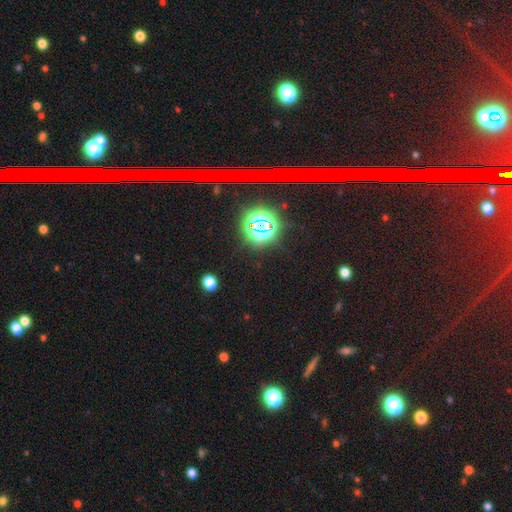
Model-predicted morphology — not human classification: A star or artifact, not a galaxy (74%).

Vote fractions:
- Smooth or featured? star or artifact: 74% / smooth: 17% / featured or disk: 8%